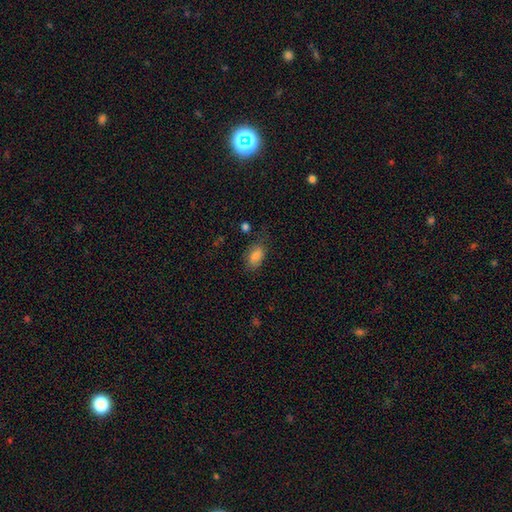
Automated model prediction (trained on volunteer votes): Overall: smooth (83%). How rounded: in between (89%). Merging: none (70%).